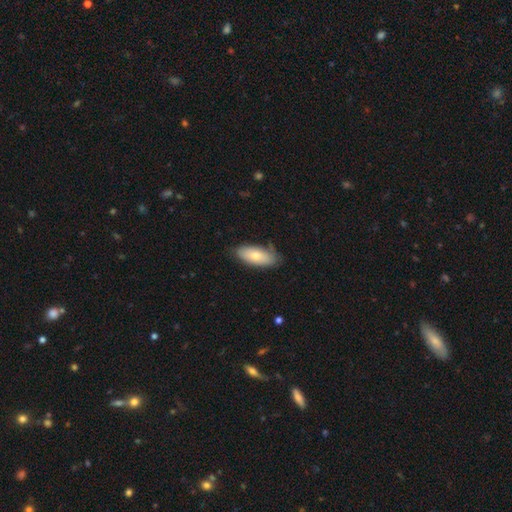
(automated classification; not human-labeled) Smooth or featured?
  - smooth: 73% *
  - featured or disk: 21%
  - star or artifact: 6%
How rounded?
  - in between: 86% *
  - cigar-shaped: 11%
  - round: 2%
Merging?
  - none: 72% *
  - minor disturbance: 22%
  - major disturbance: 4%
  - merger: 2%